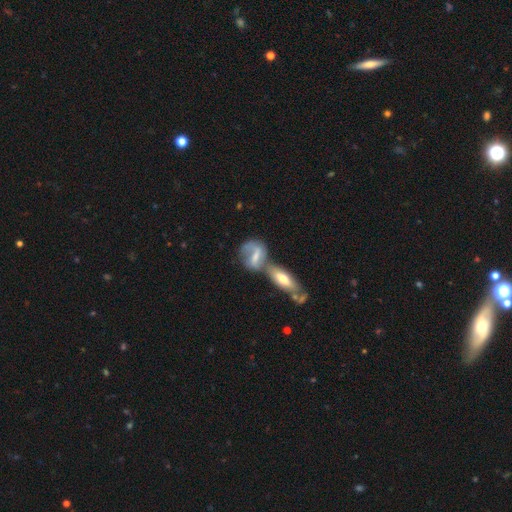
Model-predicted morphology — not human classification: A featured or disk galaxy (54%). Merging: merger (49%).